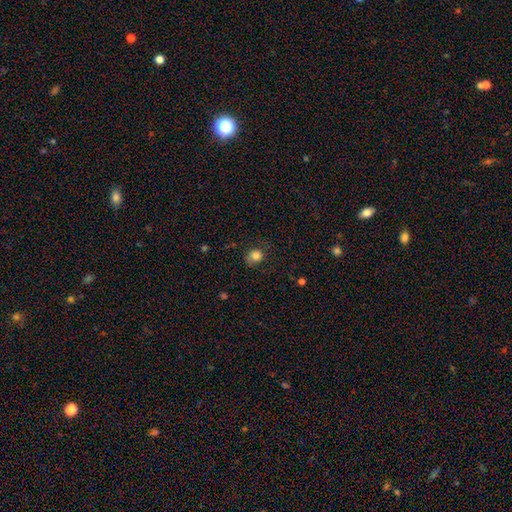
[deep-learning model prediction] smooth_or_featured: smooth (p=0.83) [alt: star or artifact p=0.11]
how_rounded: round (p=0.78) [alt: in between p=0.21]
merging: none (p=0.71) [alt: minor disturbance p=0.20]